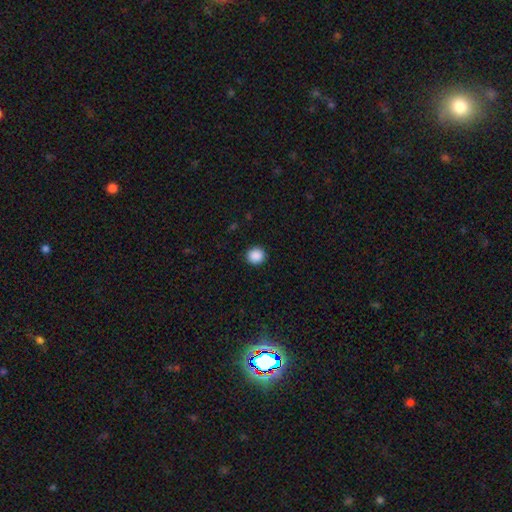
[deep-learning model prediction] smooth-or-featured: smooth: 89% | star or artifact: 9% | featured or disk: 2%
  how-rounded: round: 92% | in between: 7% | cigar-shaped: 1%
  merging: none: 92% | minor disturbance: 5% | major disturbance: 2% | merger: 1%